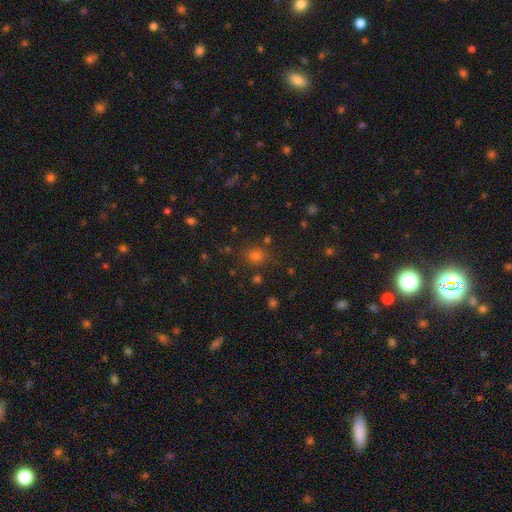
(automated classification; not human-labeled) Smooth or featured? smooth (66%)
How rounded? round (76%)
Merging? none (82%)